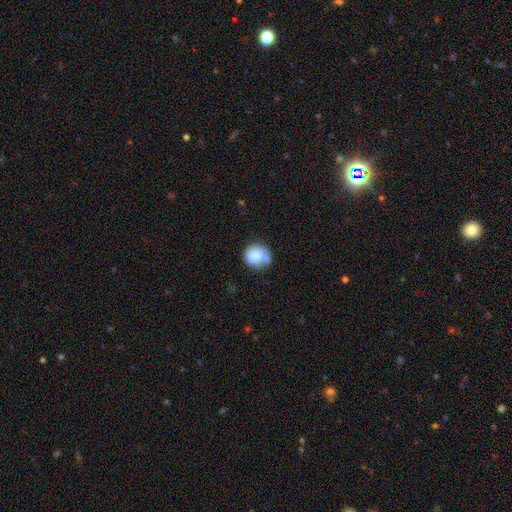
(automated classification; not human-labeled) Smooth or featured?
  - smooth: 80% *
  - featured or disk: 12%
  - star or artifact: 8%
How rounded?
  - round: 84% *
  - in between: 15%
  - cigar-shaped: 1%
Merging?
  - none: 54% *
  - merger: 21%
  - minor disturbance: 19%
  - major disturbance: 6%